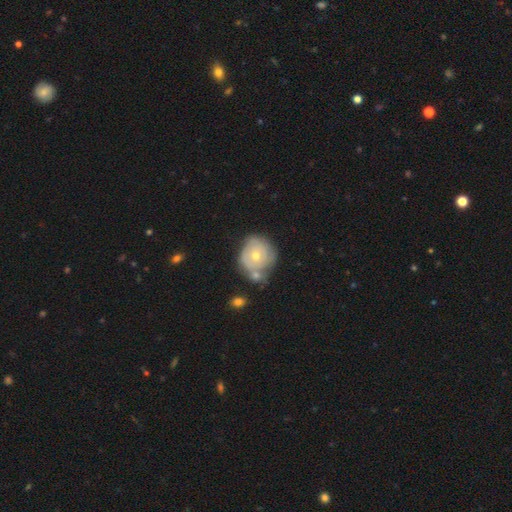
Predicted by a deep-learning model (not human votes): Smooth or featured? Predicted: featured or disk (p=0.50). Merging? Predicted: none (p=0.52).